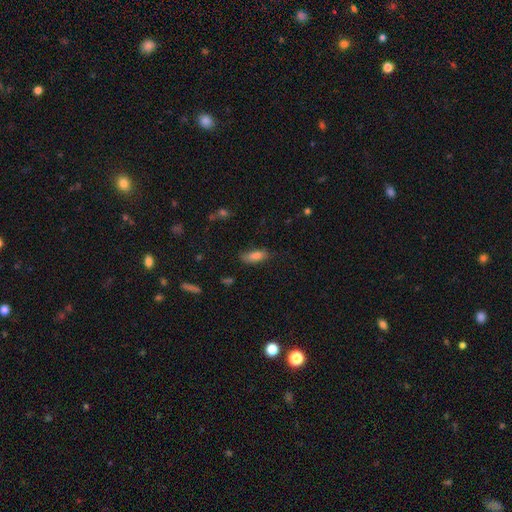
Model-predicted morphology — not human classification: Smooth or featured? Predicted: smooth (p=0.82). How rounded? Predicted: in between (p=0.72). Merging? Predicted: none (p=0.71).